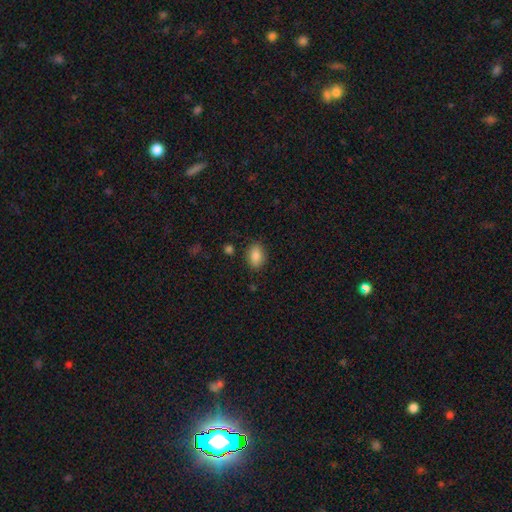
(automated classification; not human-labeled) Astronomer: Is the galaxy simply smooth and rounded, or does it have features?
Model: smooth — 87%.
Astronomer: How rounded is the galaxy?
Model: in between — 85%.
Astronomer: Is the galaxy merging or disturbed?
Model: none — 84%.